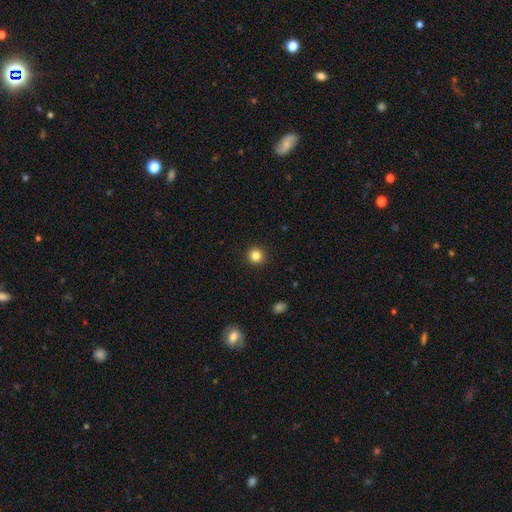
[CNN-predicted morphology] Smooth or featured? Predicted: smooth (p=0.84). How rounded? Predicted: round (p=0.94). Merging? Predicted: none (p=0.93).